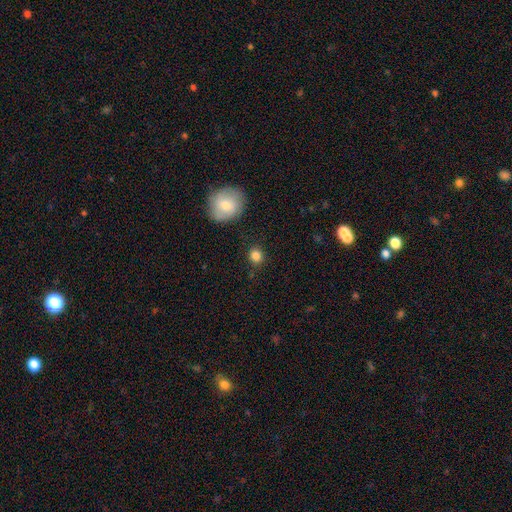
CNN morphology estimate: A smooth galaxy with no disk features (85%) that is round (82%). Merging: none (85%).